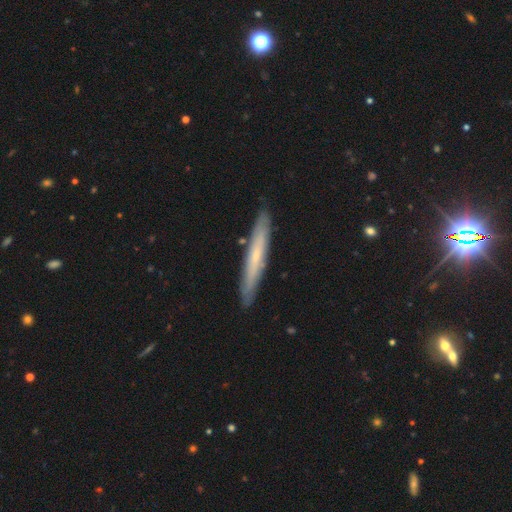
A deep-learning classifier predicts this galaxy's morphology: smooth_or_featured: featured or disk (p=0.49) [alt: smooth p=0.45]
merging: none (p=0.88) [alt: minor disturbance p=0.09]